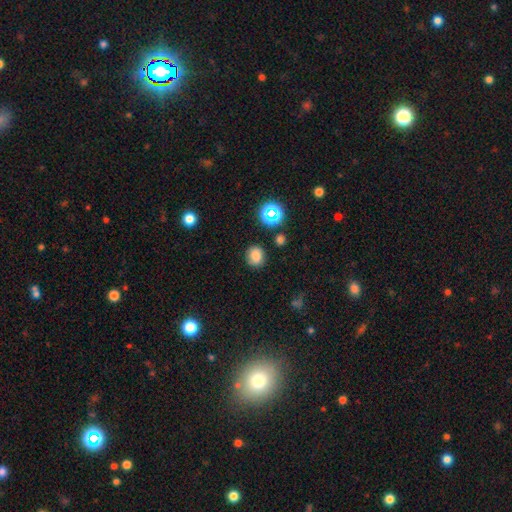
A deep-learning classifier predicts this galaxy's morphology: The model was most divided on "how rounded": round: 75%, in between: 24%, cigar-shaped: 1%. More confident: merging — none (83%); smooth or featured — smooth (78%).